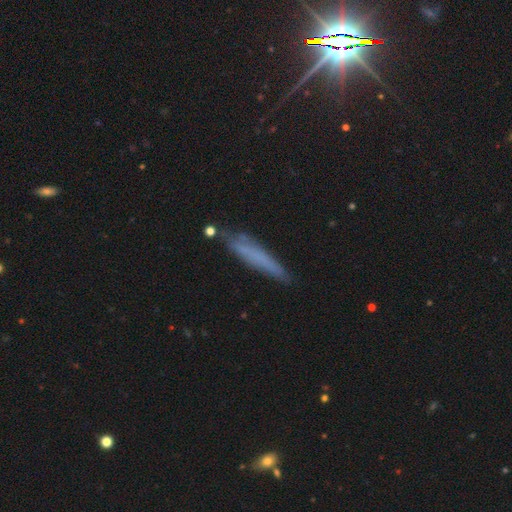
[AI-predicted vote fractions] Smooth or featured?
  - smooth: 59% *
  - featured or disk: 29%
  - star or artifact: 12%
How rounded?
  - cigar-shaped: 92% *
  - in between: 7%
  - round: 2%
Merging?
  - none: 76% *
  - minor disturbance: 16%
  - major disturbance: 4%
  - merger: 3%